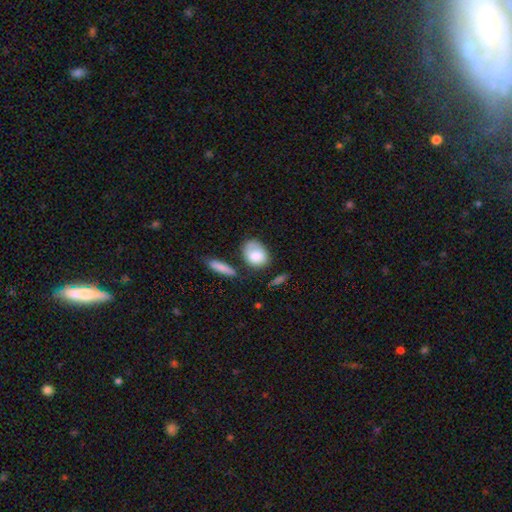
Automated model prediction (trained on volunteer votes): Smooth or featured: smooth — 81% (featured or disk — 12%)
How rounded: in between — 66% (round — 31%)
Merging: none — 53% (minor disturbance — 26%)